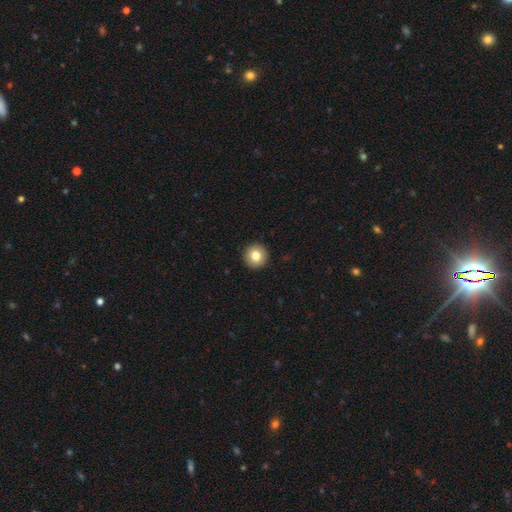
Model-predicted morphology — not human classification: smooth-or-featured: smooth: 80% | featured or disk: 11% | star or artifact: 9%
  how-rounded: round: 96% | in between: 3% | cigar-shaped: 1%
  merging: none: 93% | minor disturbance: 4% | major disturbance: 1% | merger: 1%